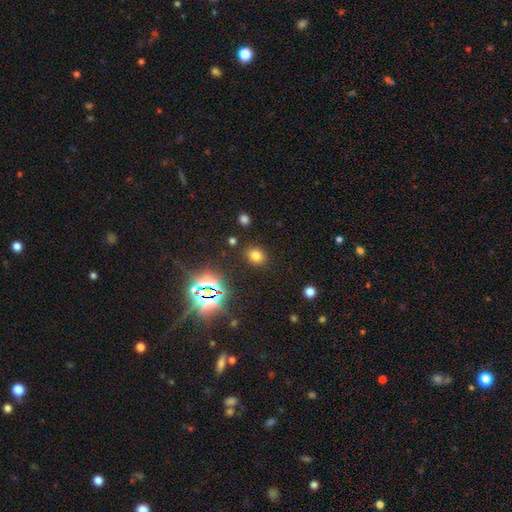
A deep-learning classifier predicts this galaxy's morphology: Smooth or featured: smooth — 72% (star or artifact — 22%)
How rounded: round — 62% (in between — 37%)
Merging: none — 86% (minor disturbance — 8%)